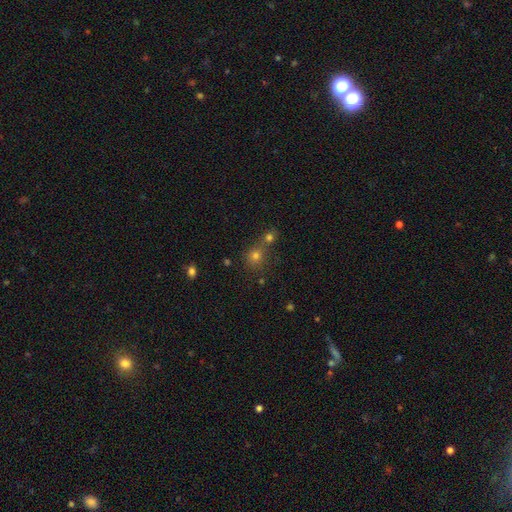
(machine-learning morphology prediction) Q: Smooth or featured?
A: smooth (65%); runner-up: star or artifact (25%)
Q: How rounded?
A: round (85%); runner-up: in between (14%)
Q: Merging?
A: none (54%); runner-up: merger (36%)